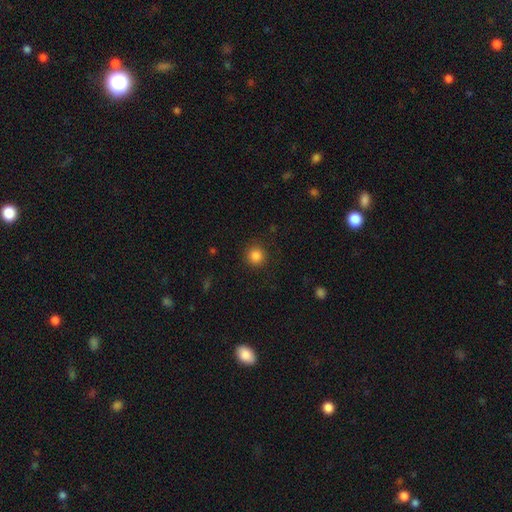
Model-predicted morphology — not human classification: smooth 85%, star or artifact 11%, featured or disk 4%. Down the decision tree: how rounded — round (94%); merging — none (89%).